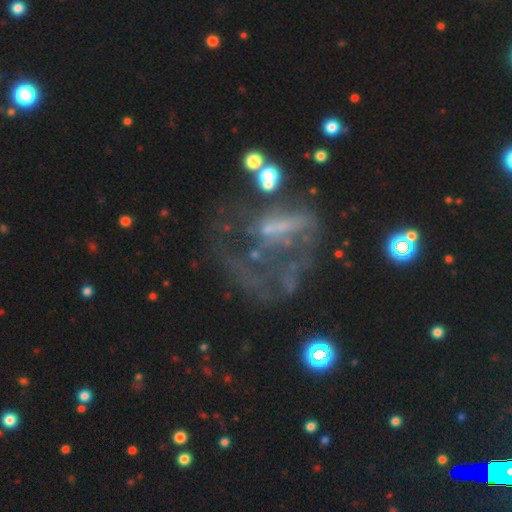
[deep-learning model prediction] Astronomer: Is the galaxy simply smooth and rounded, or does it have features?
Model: featured or disk — 59%.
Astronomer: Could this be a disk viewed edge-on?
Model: no — 93%.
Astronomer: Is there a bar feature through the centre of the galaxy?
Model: no — 62%.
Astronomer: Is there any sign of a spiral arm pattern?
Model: no — 71%.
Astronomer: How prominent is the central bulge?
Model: none — 58%.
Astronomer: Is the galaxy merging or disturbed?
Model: major disturbance — 48% (runner-up: none, 26%).